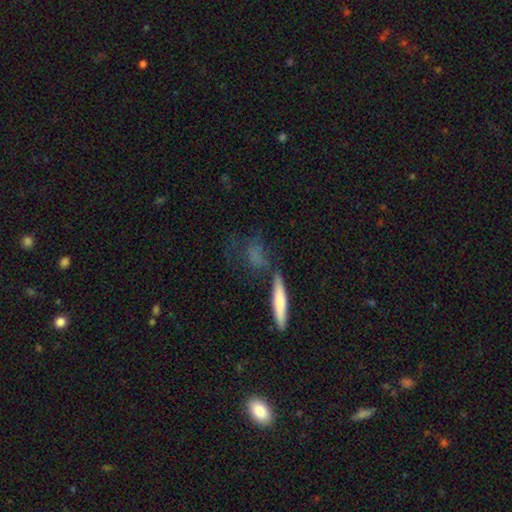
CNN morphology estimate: This appears to be a smooth galaxy with no disk features (57%) that is cigar-shaped (49%). Merging: none (51%).